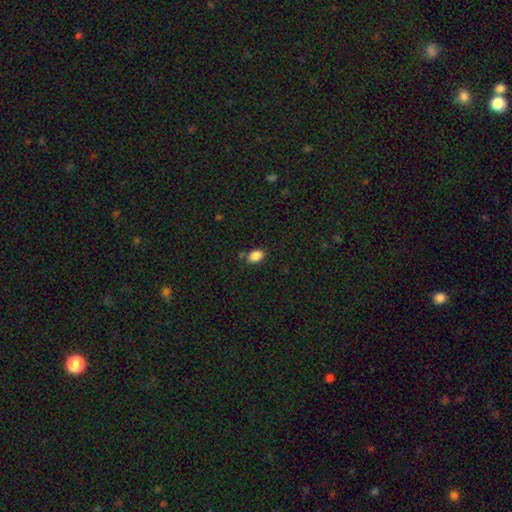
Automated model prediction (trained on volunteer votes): Smooth or featured?
  - smooth: 86% *
  - star or artifact: 10%
  - featured or disk: 4%
How rounded?
  - in between: 77% *
  - round: 21%
  - cigar-shaped: 1%
Merging?
  - none: 78% *
  - minor disturbance: 14%
  - merger: 4%
  - major disturbance: 3%